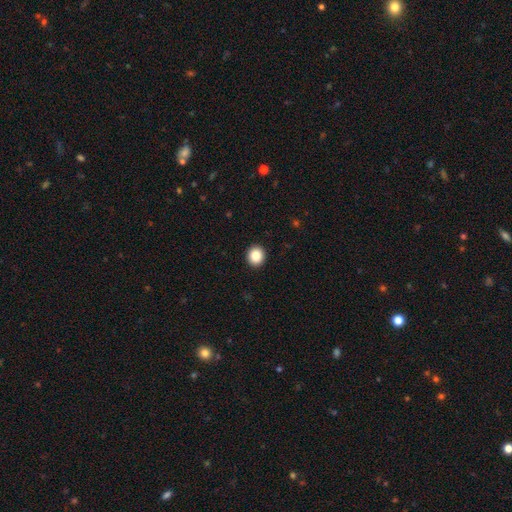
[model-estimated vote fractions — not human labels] A smooth galaxy with no disk features (87%) that is round (84%).

Vote fractions:
- Smooth or featured? smooth: 87% / star or artifact: 9% / featured or disk: 4%
- How rounded? round: 84% / in between: 15% / cigar-shaped: 1%
- Merging? none: 93% / minor disturbance: 5% / major disturbance: 2% / merger: 1%